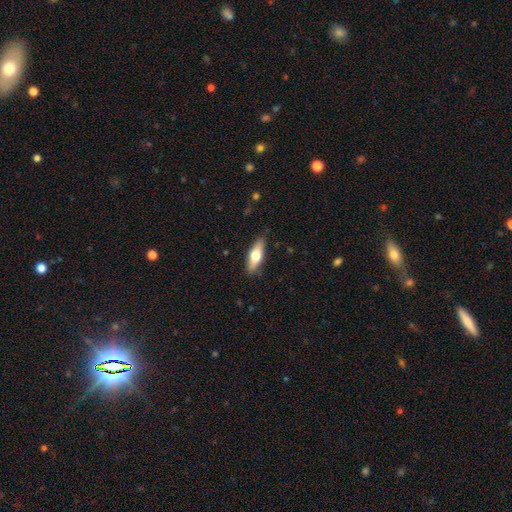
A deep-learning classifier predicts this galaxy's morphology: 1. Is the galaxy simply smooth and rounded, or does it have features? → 61% smooth, 34% featured or disk, 6% star or artifact.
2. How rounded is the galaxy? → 57% in between, 41% cigar-shaped, 3% round.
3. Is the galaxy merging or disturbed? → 84% none, 12% minor disturbance, 2% major disturbance, 1% merger.